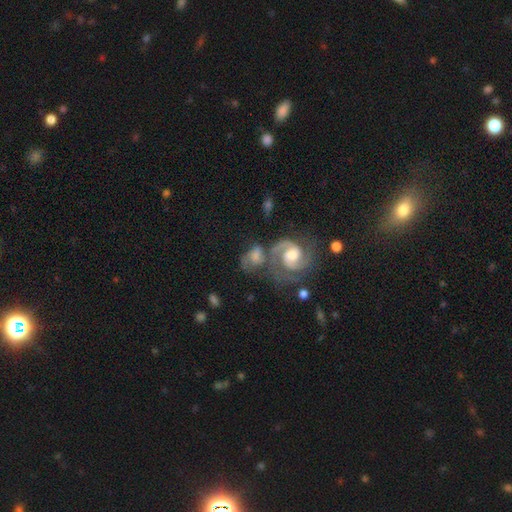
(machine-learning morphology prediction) Smooth or featured: featured or disk — 73% (smooth — 18%)
Edge-on disk: no — 96% (yes — 4%)
Bar: no — 48% (weak — 41%)
Spiral arms: yes — 93% (no — 7%)
Spiral winding: medium — 53% (tight — 30%)
Spiral arm count: 2 — 85% (can't tell — 6%)
Bulge size: moderate — 57% (small — 25%)
Merging: merger — 42% (none — 33%)